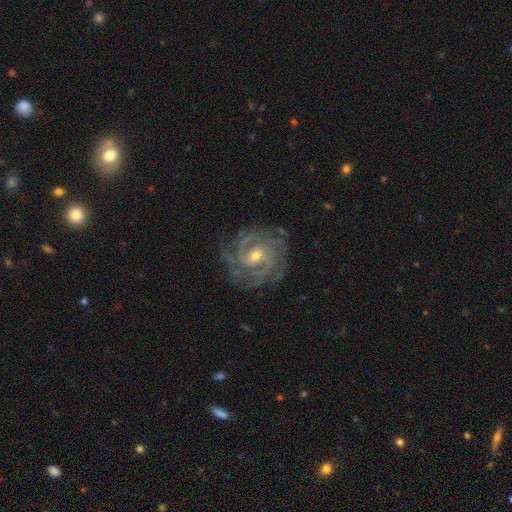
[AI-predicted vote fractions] Morphology: type=featured or disk (91%); edge-on=no (97%); bar=no (53%); spiral arms=yes (98%); winding=tight (72%); arm count=3 (31%); bulge=small (54%); merging=none (79%).